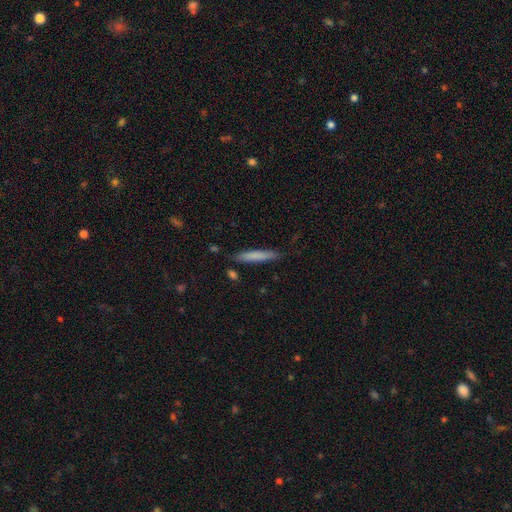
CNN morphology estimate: A smooth galaxy with no disk features (76%) that is cigar-shaped (93%).

Vote fractions:
- Smooth or featured? smooth: 76% / featured or disk: 18% / star or artifact: 6%
- How rounded? cigar-shaped: 93% / in between: 6% / round: 1%
- Merging? none: 84% / minor disturbance: 12% / merger: 2% / major disturbance: 2%